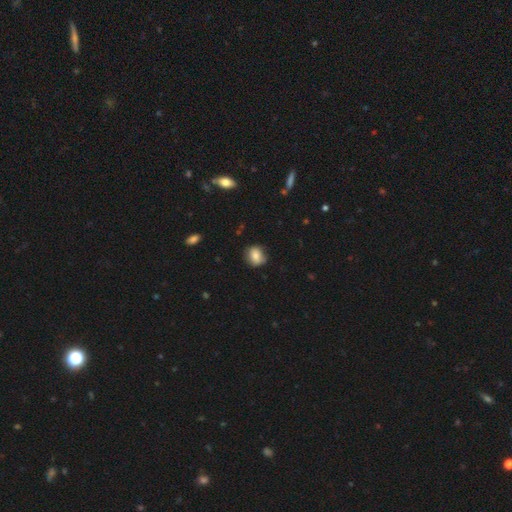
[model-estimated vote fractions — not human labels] The model was most divided on "how rounded": round: 64%, in between: 35%, cigar-shaped: 1%. More confident: smooth or featured — smooth (81%); merging — none (79%).